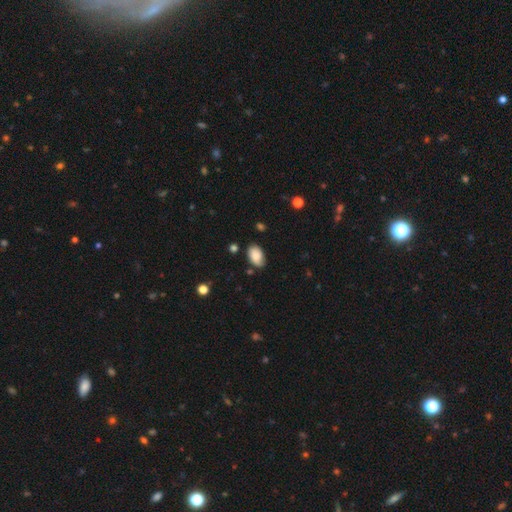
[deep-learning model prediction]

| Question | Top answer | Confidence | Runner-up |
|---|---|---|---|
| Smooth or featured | smooth | 77% | featured or disk (15%) |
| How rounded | in between | 92% | round (7%) |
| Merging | none | 72% | minor disturbance (21%) |